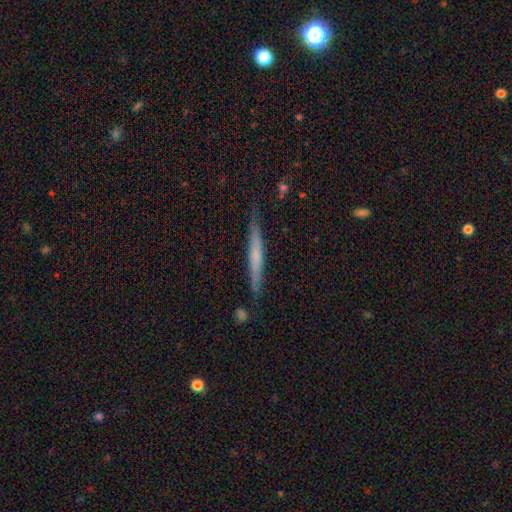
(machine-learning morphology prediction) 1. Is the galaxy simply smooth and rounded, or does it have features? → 47% smooth, 46% featured or disk, 6% star or artifact.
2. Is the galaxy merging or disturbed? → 81% none, 14% minor disturbance, 3% major disturbance, 2% merger.